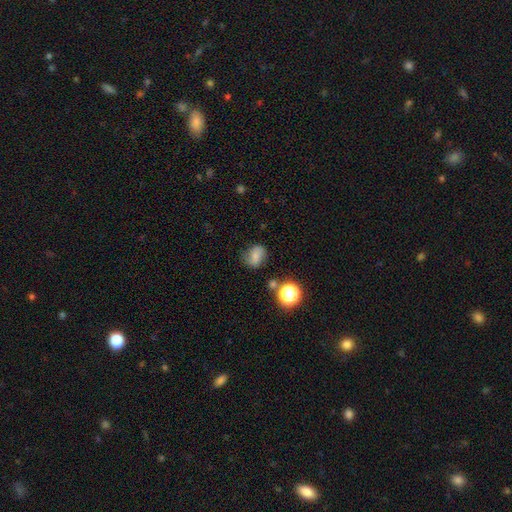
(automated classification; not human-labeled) Smooth or featured? Predicted: smooth (p=0.63). How rounded? Predicted: round (p=0.52). Merging? Predicted: none (p=0.70).